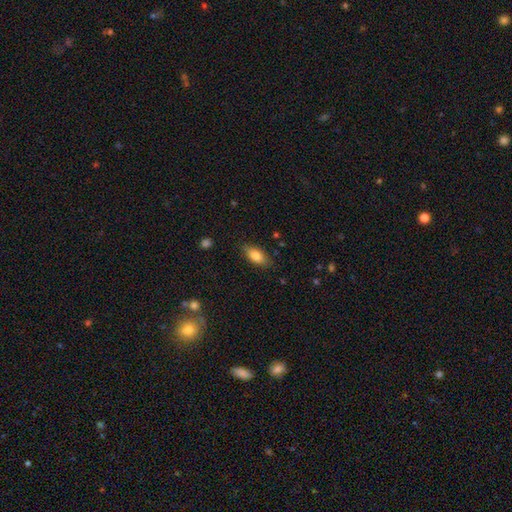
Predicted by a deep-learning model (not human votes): Morphology: type=smooth (80%); roundness=in between (86%); merging=none (83%).